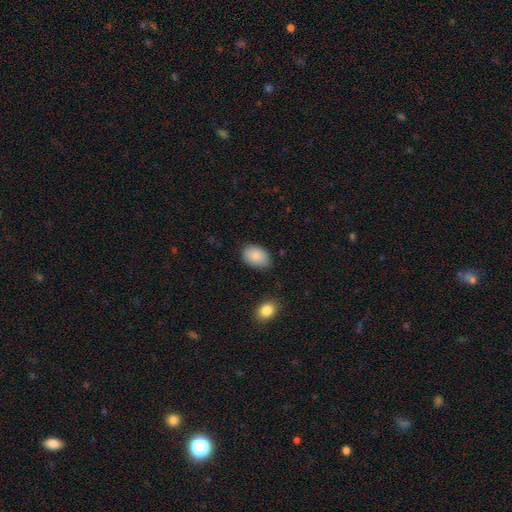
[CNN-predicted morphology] Smooth or featured: smooth — 87% (star or artifact — 7%)
How rounded: in between — 86% (round — 13%)
Merging: none — 77% (minor disturbance — 18%)